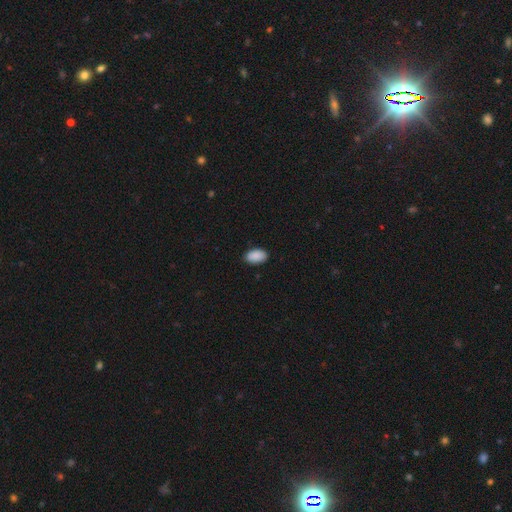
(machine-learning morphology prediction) A smooth galaxy with no disk features (90%) that is in between round and cigar-shaped (94%). Merging: none (88%).